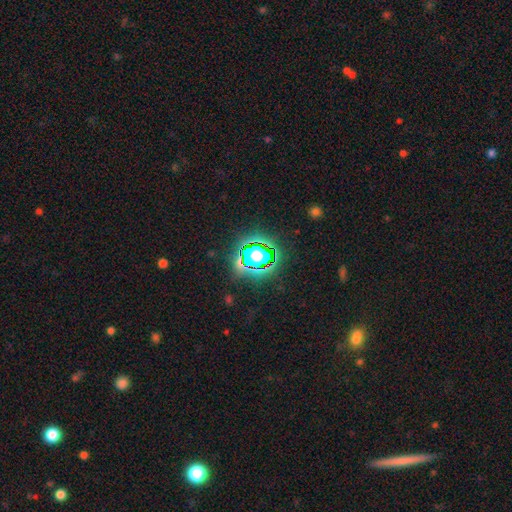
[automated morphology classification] This appears to be a star or artifact, not a galaxy (57%).